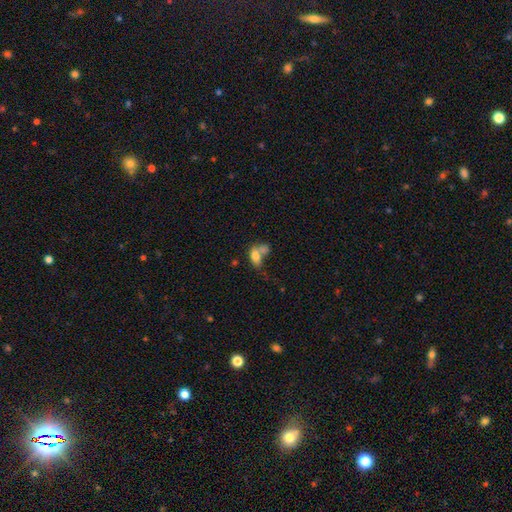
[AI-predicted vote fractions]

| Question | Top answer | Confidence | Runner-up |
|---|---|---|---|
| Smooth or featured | smooth | 74% | featured or disk (16%) |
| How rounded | in between | 83% | round (12%) |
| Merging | merger | 54% | none (22%) |